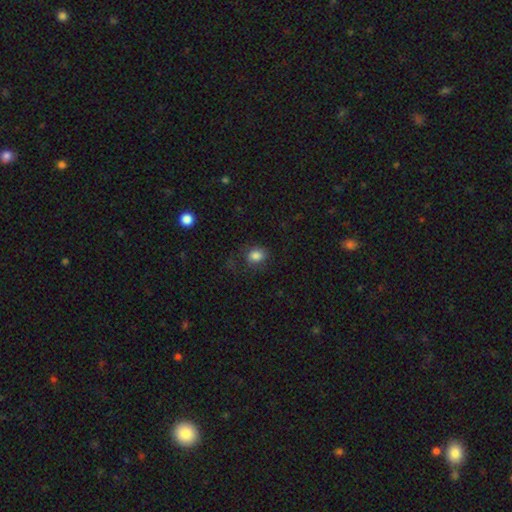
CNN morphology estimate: Q: Smooth or featured?
A: smooth (83%); runner-up: star or artifact (11%)
Q: How rounded?
A: round (51%); runner-up: in between (48%)
Q: Merging?
A: none (69%); runner-up: minor disturbance (18%)